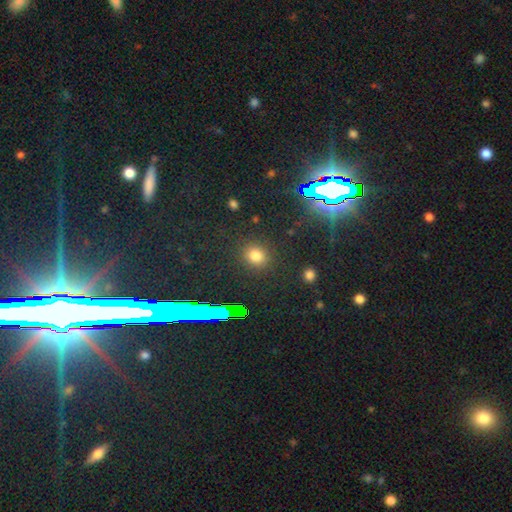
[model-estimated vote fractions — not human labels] A smooth galaxy with no disk features (74%) that is round (77%). Merging: none (87%).